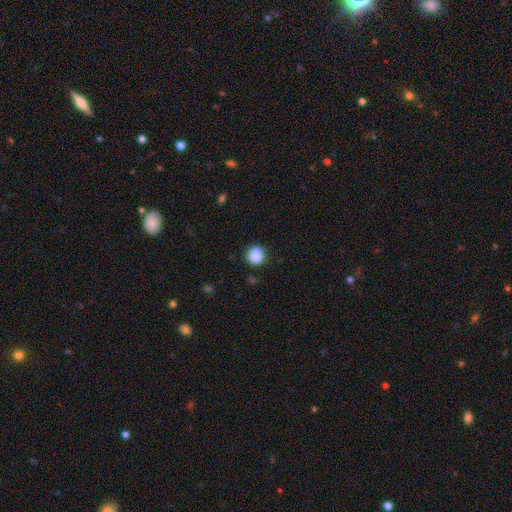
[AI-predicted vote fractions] A smooth galaxy with no disk features (89%) that is round (92%). Merging: none (88%).